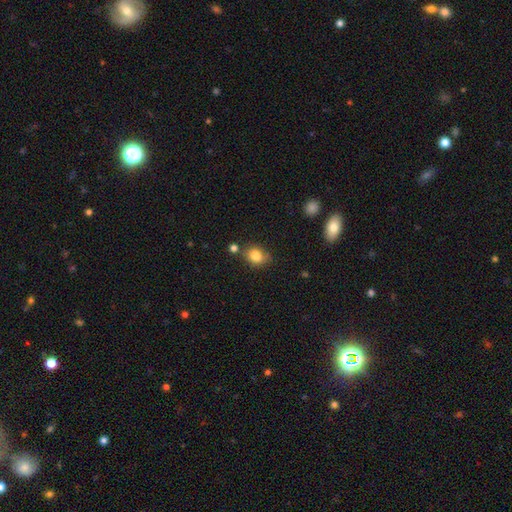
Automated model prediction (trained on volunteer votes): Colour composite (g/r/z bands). It shows a smooth galaxy with no disk features (82%) that is round (55%). Merging: none (71%).